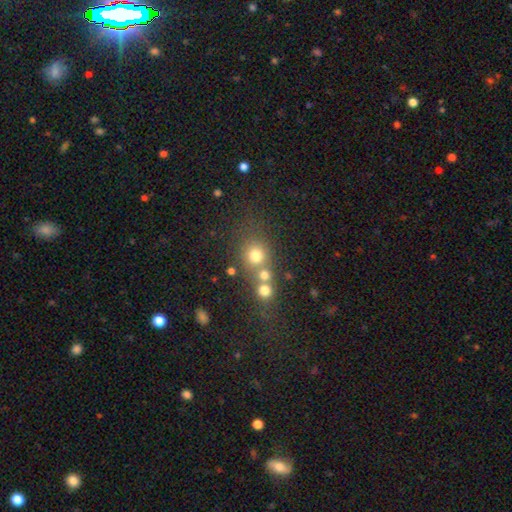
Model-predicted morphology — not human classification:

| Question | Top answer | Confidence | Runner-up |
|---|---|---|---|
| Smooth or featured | smooth | 72% | star or artifact (17%) |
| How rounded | round | 83% | in between (16%) |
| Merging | none | 49% | merger (38%) |